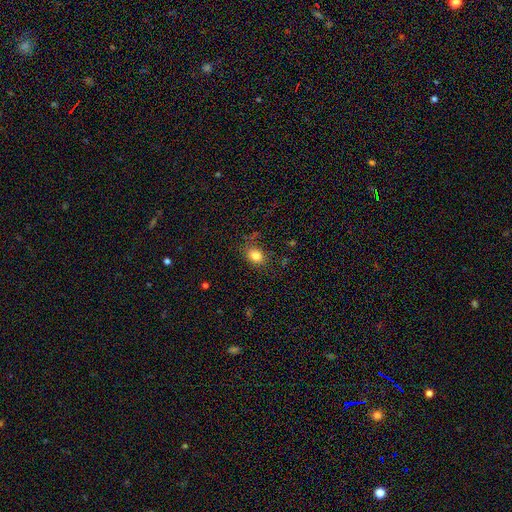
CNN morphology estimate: A smooth galaxy with no disk features (82%) that is in between round and cigar-shaped (58%). Merging: none (79%).